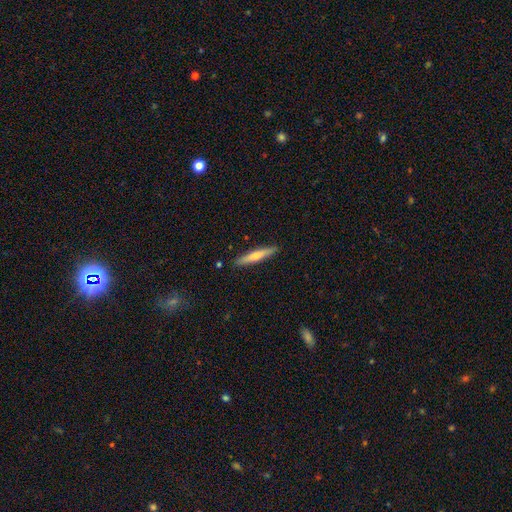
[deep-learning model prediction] Smooth or featured? smooth (52%)
How rounded? cigar-shaped (92%)
Merging? none (89%)